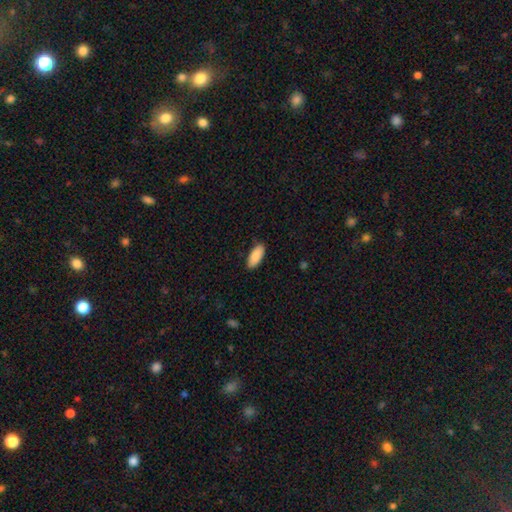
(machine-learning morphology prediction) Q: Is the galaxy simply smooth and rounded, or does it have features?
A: smooth — 89%.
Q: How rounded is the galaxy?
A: in between — 85%.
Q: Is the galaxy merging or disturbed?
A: none — 86%.